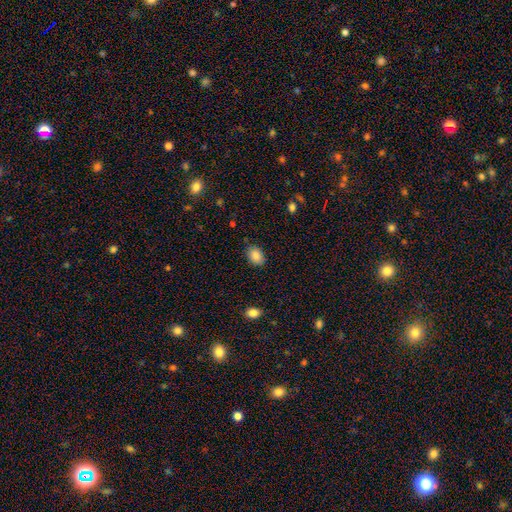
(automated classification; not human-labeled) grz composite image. It shows a smooth galaxy with no disk features (88%) that is in between round and cigar-shaped (75%). Merging: none (84%).